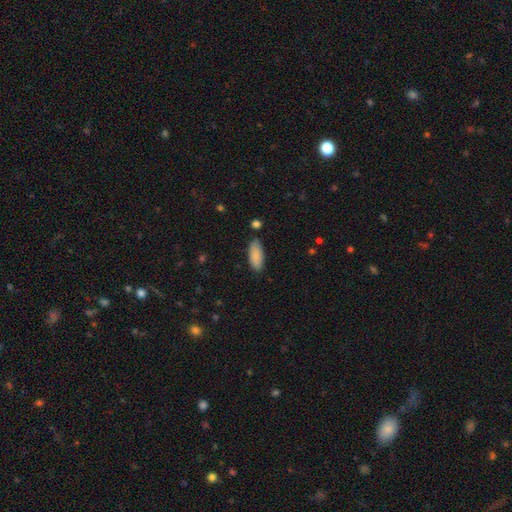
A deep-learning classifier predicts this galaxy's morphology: Overall: smooth (88%). How rounded: in between (82%). Merging: none (82%).